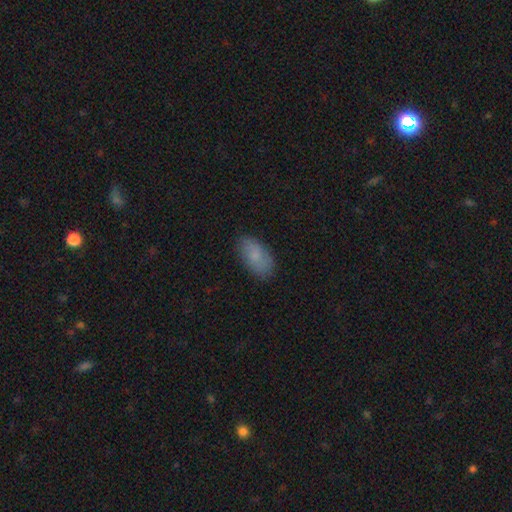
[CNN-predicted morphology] Smooth or featured?
  - smooth: 79% *
  - featured or disk: 14%
  - star or artifact: 8%
How rounded?
  - in between: 93% *
  - cigar-shaped: 4%
  - round: 3%
Merging?
  - none: 81% *
  - minor disturbance: 15%
  - major disturbance: 3%
  - merger: 1%